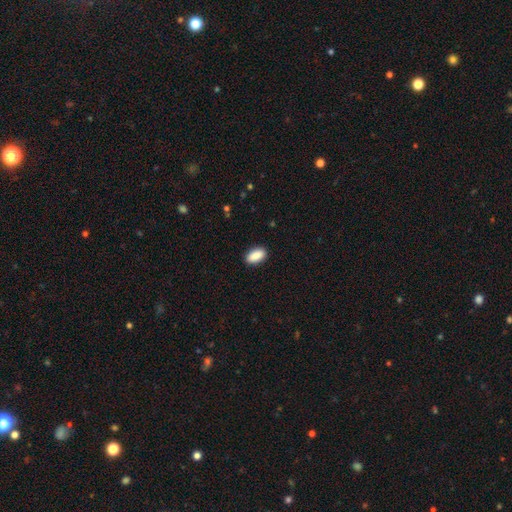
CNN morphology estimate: This appears to be a smooth galaxy with no disk features (90%) that is in between round and cigar-shaped (92%). Merging: none (89%).